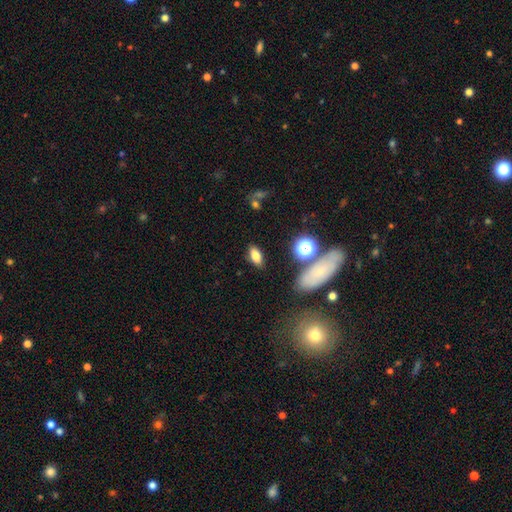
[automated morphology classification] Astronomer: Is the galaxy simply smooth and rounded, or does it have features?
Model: smooth — 74%.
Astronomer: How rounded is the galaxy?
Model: in between — 82%.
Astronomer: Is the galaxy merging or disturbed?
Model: none — 84%.